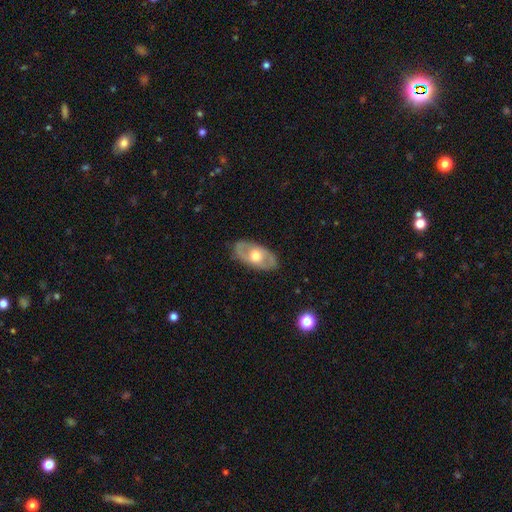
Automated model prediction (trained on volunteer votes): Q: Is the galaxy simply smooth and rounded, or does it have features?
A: featured or disk — 63%.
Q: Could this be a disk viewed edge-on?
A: no — 88%.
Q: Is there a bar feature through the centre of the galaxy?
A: no — 75%.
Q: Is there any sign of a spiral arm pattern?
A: no — 54%.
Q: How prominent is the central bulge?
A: moderate — 72%.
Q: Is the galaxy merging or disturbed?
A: none — 84%.